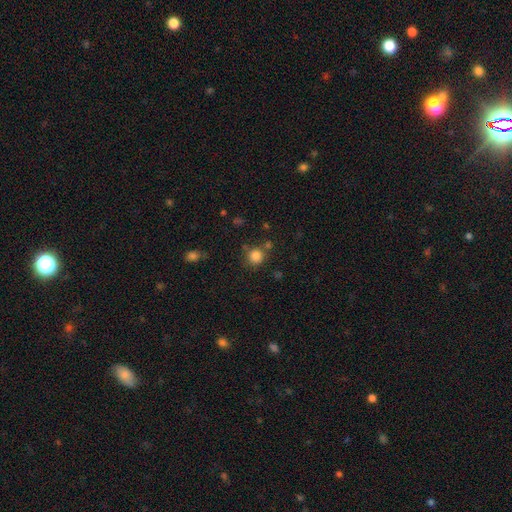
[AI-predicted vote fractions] Morphology: type=smooth (84%); roundness=round (90%); merging=none (74%).